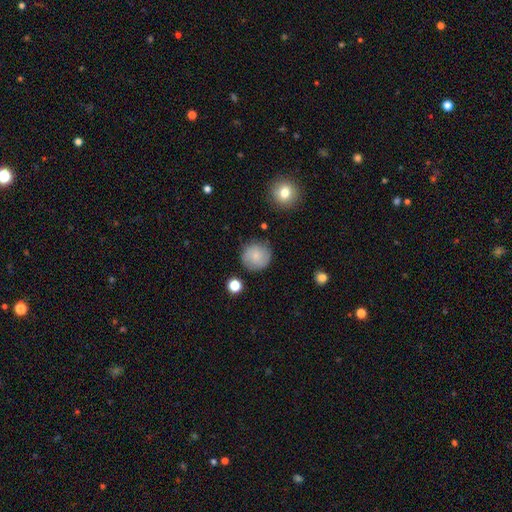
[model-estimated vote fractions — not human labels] Smooth or featured: smooth — 75% (featured or disk — 17%)
How rounded: round — 92% (in between — 7%)
Merging: none — 83% (minor disturbance — 12%)